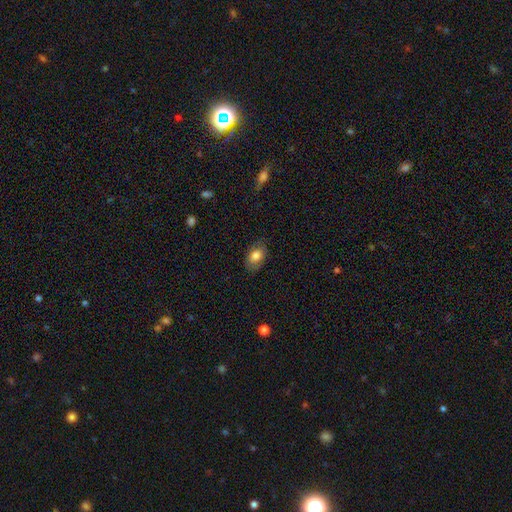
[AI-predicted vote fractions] Overall: smooth (78%). How rounded: in between (89%). Merging: none (79%).